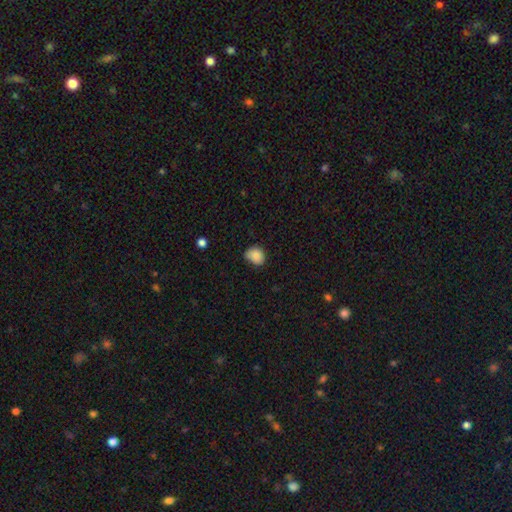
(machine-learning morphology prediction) type=smooth (85%); roundness=round (57%); merging=none (60%).